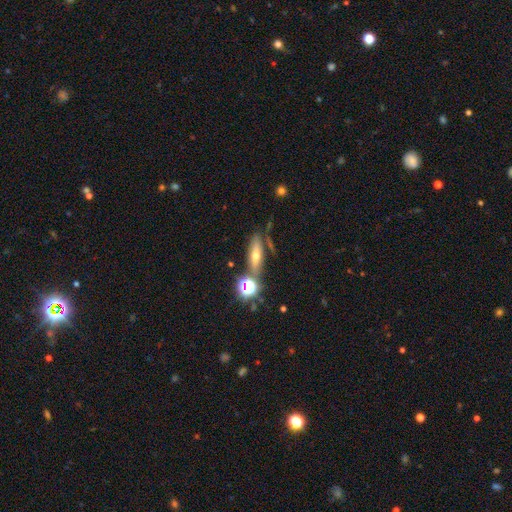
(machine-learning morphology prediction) smooth 46%, featured or disk 38%, star or artifact 17%. Down the decision tree: merging — none (68%).